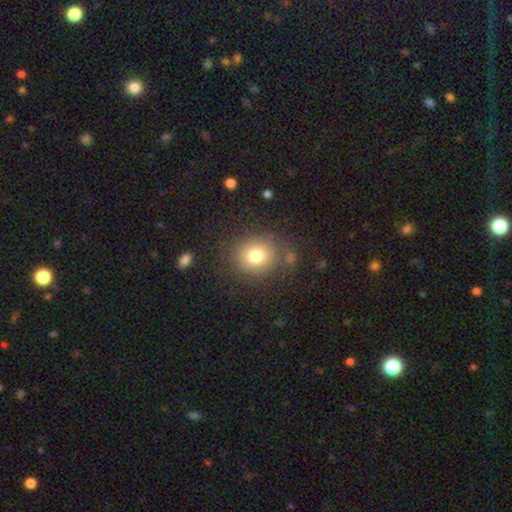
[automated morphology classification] Q: Smooth or featured?
A: smooth (77%); runner-up: star or artifact (12%)
Q: How rounded?
A: round (83%); runner-up: in between (16%)
Q: Merging?
A: none (81%); runner-up: minor disturbance (11%)